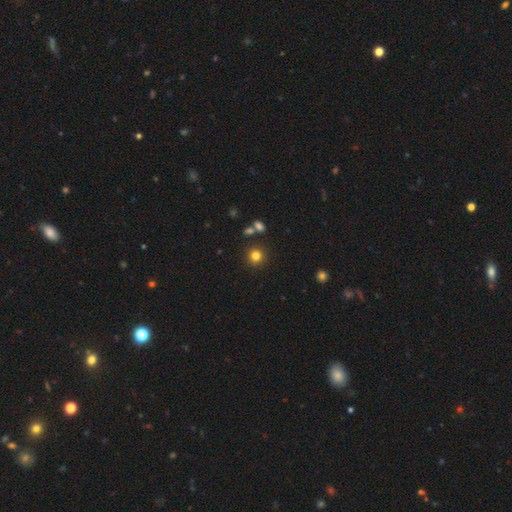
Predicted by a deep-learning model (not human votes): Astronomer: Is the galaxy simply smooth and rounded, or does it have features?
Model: smooth — 80%.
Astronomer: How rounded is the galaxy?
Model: round — 91%.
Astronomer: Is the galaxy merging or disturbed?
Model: none — 85%.